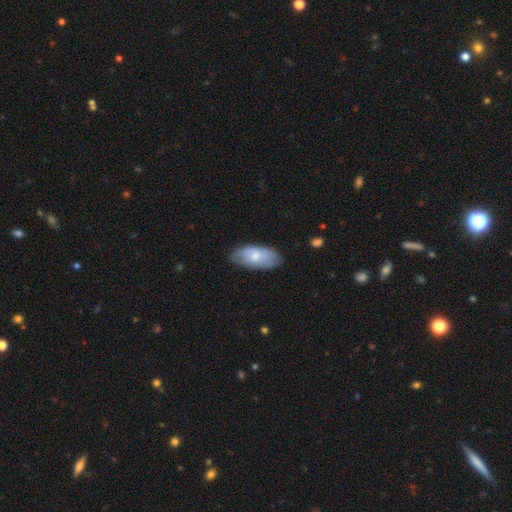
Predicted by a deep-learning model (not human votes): Smooth or featured: smooth — 70% (featured or disk — 25%)
How rounded: in between — 92% (cigar-shaped — 5%)
Merging: none — 76% (minor disturbance — 19%)